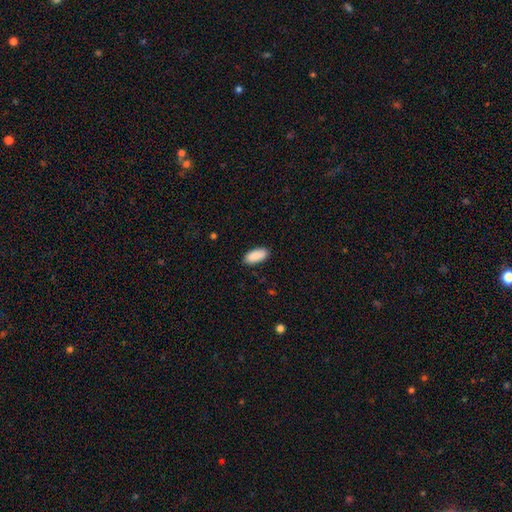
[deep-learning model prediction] smooth_or_featured: smooth (p=0.91) [alt: star or artifact p=0.06]
how_rounded: in between (p=0.91) [alt: cigar-shaped p=0.07]
merging: none (p=0.88) [alt: minor disturbance p=0.09]